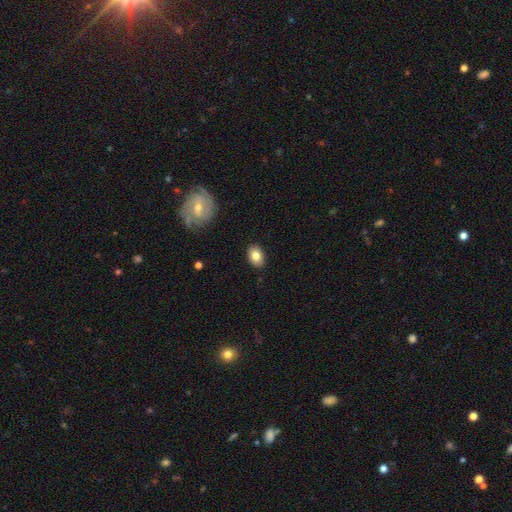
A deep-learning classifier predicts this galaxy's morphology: The model was most divided on "how rounded": in between: 81%, round: 18%, cigar-shaped: 1%. More confident: merging — none (88%); smooth or featured — smooth (81%).